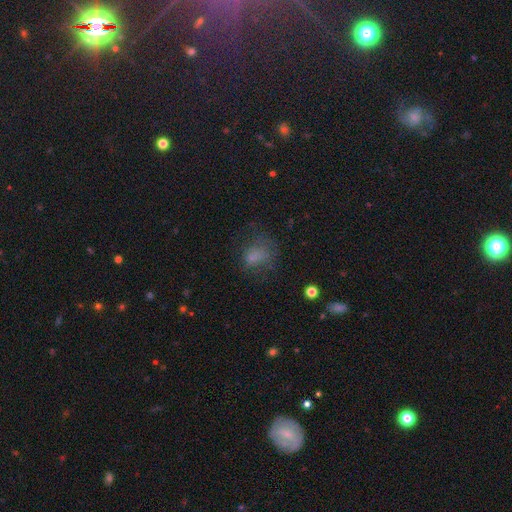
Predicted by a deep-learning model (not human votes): This is likely a smooth galaxy (65%). How rounded: possibly in between (58%). Merging: possibly none (45%).